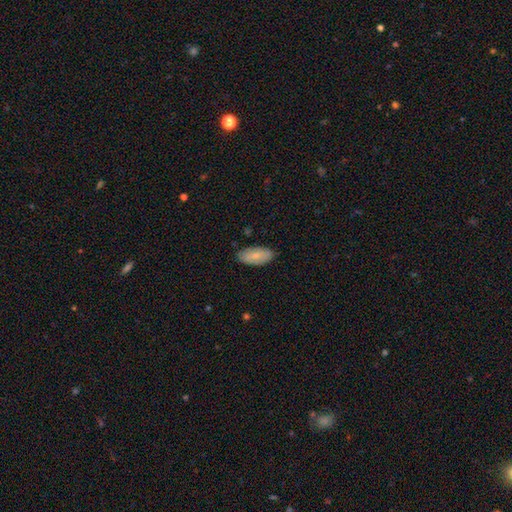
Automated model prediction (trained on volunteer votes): Morphology: type=smooth (77%); roundness=in between (92%); merging=none (83%).